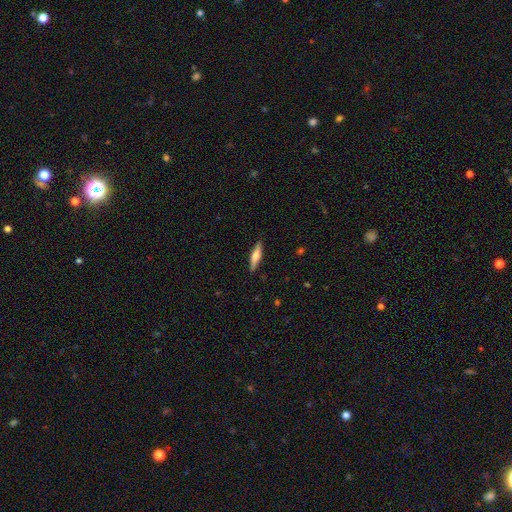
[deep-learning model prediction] Morphology: type=smooth (48%); merging=none (88%).